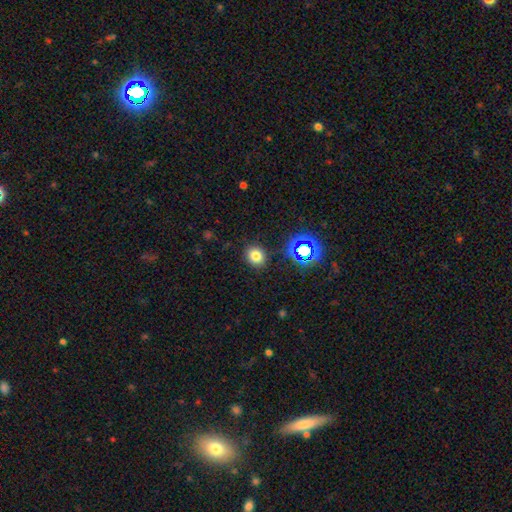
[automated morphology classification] This appears to be a smooth galaxy with no disk features (75%) that is round (72%). Merging: none (87%).